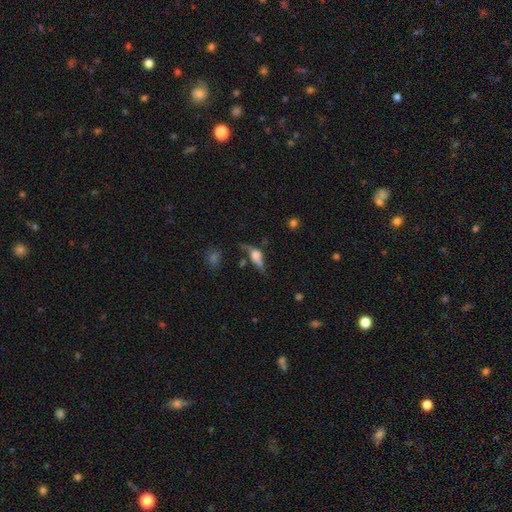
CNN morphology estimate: A featured or disk galaxy (49%).

Vote fractions:
- Smooth or featured? featured or disk: 49% / smooth: 39% / star or artifact: 12%
- Merging? none: 41% / major disturbance: 24% / minor disturbance: 23% / merger: 12%